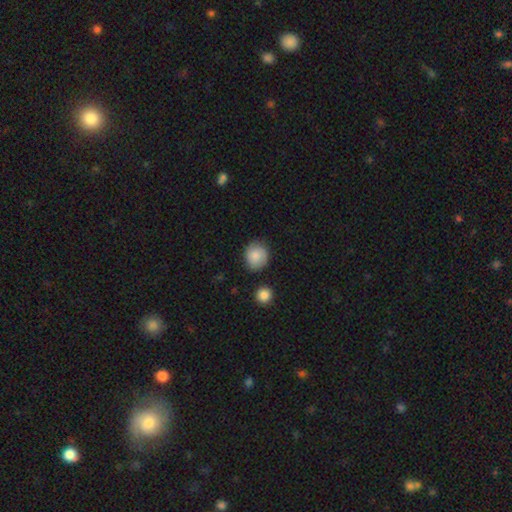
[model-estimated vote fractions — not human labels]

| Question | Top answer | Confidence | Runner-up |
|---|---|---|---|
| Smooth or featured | smooth | 77% | featured or disk (15%) |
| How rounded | round | 78% | in between (21%) |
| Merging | none | 80% | minor disturbance (14%) |